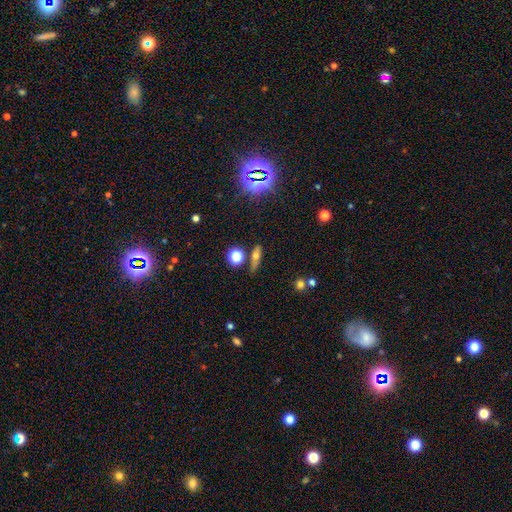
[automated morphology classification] Overall: smooth (50%; featured or disk 32%). Merging: none (71%).